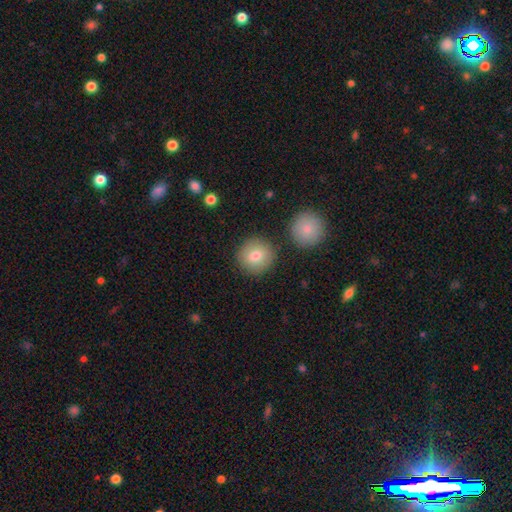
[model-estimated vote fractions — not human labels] smooth-or-featured: smooth: 80% | featured or disk: 12% | star or artifact: 8%
  how-rounded: round: 93% | in between: 6% | cigar-shaped: 1%
  merging: none: 83% | minor disturbance: 8% | merger: 6% | major disturbance: 3%